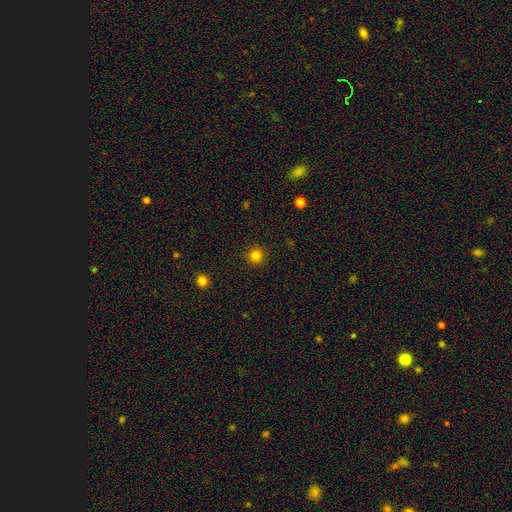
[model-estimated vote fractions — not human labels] Smooth or featured?
  - smooth: 82% *
  - star or artifact: 14%
  - featured or disk: 4%
How rounded?
  - round: 95% *
  - in between: 4%
  - cigar-shaped: 1%
Merging?
  - none: 91% *
  - minor disturbance: 5%
  - major disturbance: 2%
  - merger: 1%